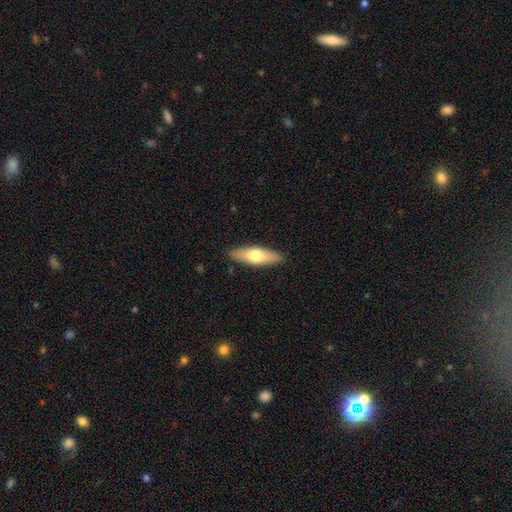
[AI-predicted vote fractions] smooth-or-featured: smooth: 62% | featured or disk: 33% | star or artifact: 5%
  how-rounded: in between: 54% | cigar-shaped: 43% | round: 2%
  merging: none: 89% | minor disturbance: 9% | major disturbance: 2% | merger: 1%